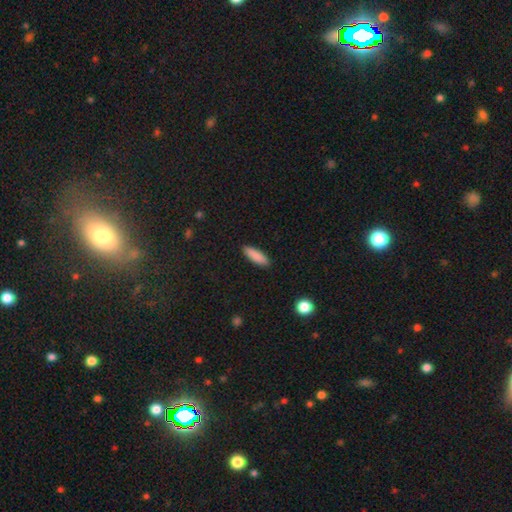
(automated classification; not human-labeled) Q: Smooth or featured?
A: smooth (88%); runner-up: star or artifact (6%)
Q: How rounded?
A: cigar-shaped (54%); runner-up: in between (44%)
Q: Merging?
A: none (90%); runner-up: minor disturbance (7%)